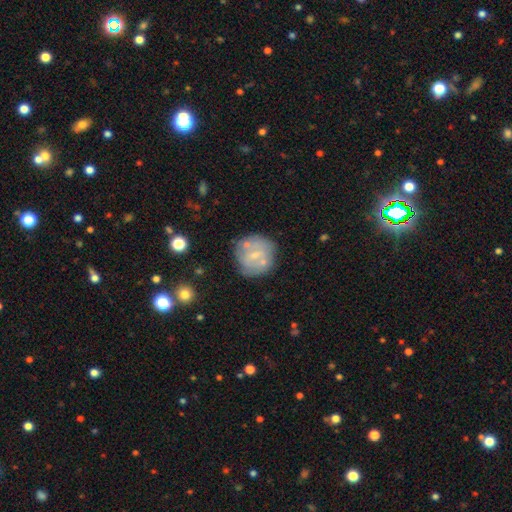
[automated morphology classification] This appears to be a featured or disk galaxy (46%). Merging: none (61%).